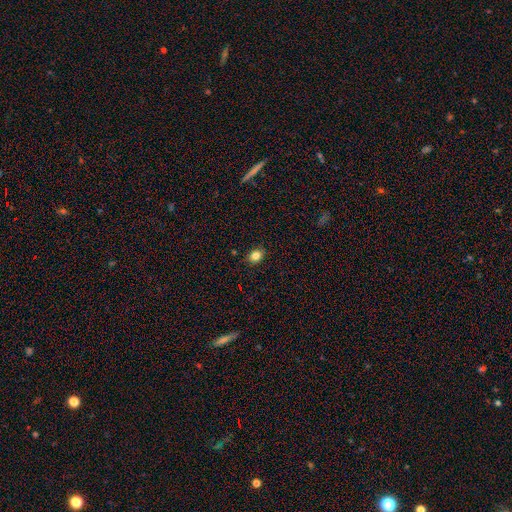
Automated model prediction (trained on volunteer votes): smooth-or-featured: smooth: 83% | star or artifact: 11% | featured or disk: 6%
  how-rounded: in between: 57% | round: 42% | cigar-shaped: 1%
  merging: none: 88% | minor disturbance: 9% | major disturbance: 2% | merger: 1%